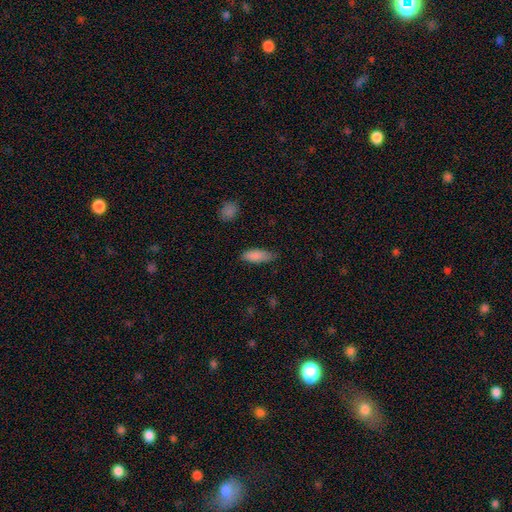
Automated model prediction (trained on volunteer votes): Morphology: type=smooth (87%); roundness=in between (78%); merging=none (73%).